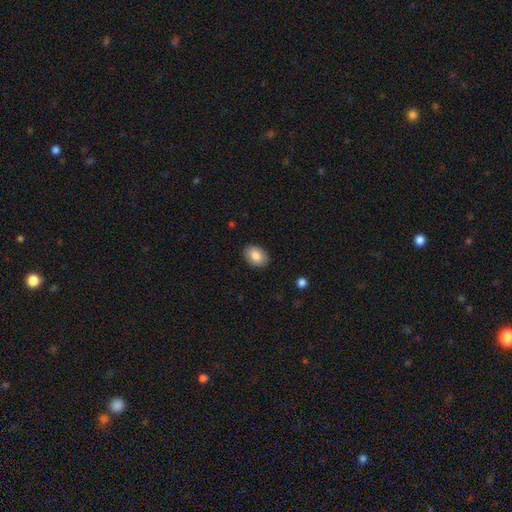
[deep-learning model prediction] Smooth or featured? Predicted: smooth (p=0.85). How rounded? Predicted: in between (p=0.78). Merging? Predicted: none (p=0.89).